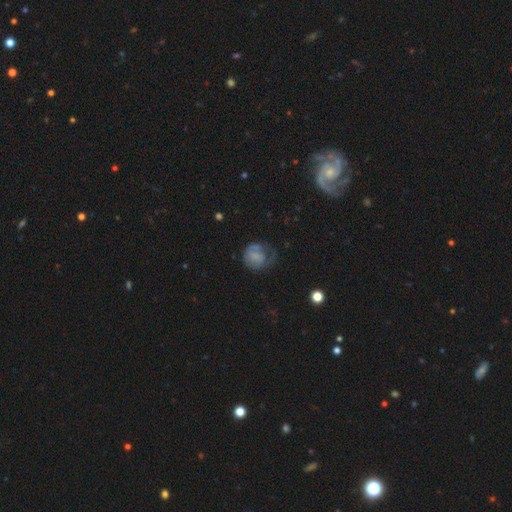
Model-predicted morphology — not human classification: Smooth or featured?
  - smooth: 59% *
  - featured or disk: 31%
  - star or artifact: 10%
How rounded?
  - round: 68% *
  - in between: 31%
  - cigar-shaped: 1%
Merging?
  - major disturbance: 36% *
  - none: 35%
  - minor disturbance: 27%
  - merger: 3%